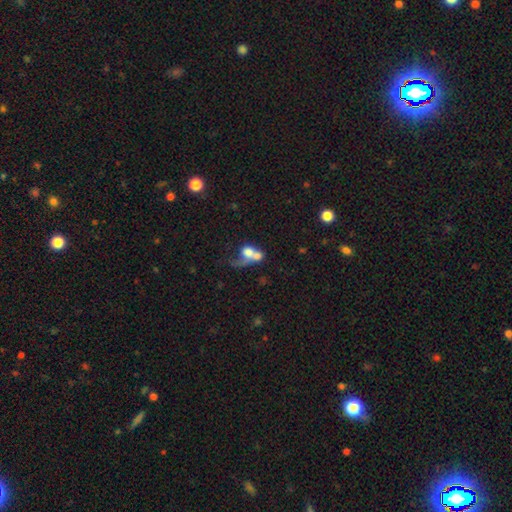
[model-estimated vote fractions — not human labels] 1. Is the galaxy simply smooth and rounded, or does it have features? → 58% smooth, 32% featured or disk, 10% star or artifact.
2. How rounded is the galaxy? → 55% round, 42% in between, 3% cigar-shaped.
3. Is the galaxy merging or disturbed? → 64% merger, 16% major disturbance, 14% none, 6% minor disturbance.